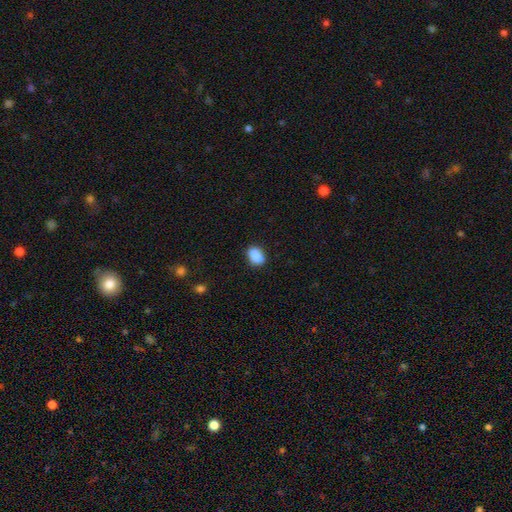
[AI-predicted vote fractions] smooth 87%, star or artifact 8%, featured or disk 5%. Down the decision tree: how rounded — in between (77%); merging — none (77%).